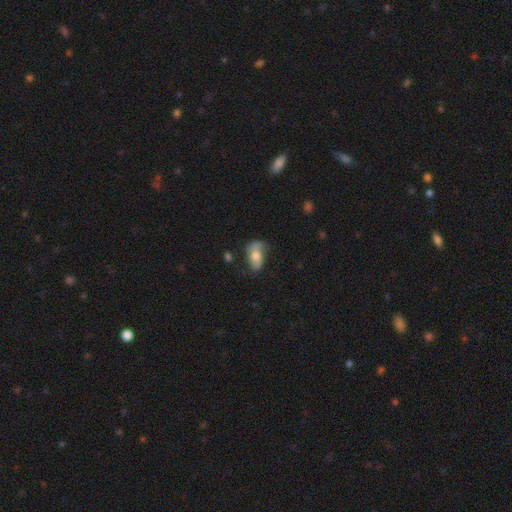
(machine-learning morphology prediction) This appears to be a smooth galaxy with no disk features (55%) that is in between round and cigar-shaped (88%). Merging: none (50%).